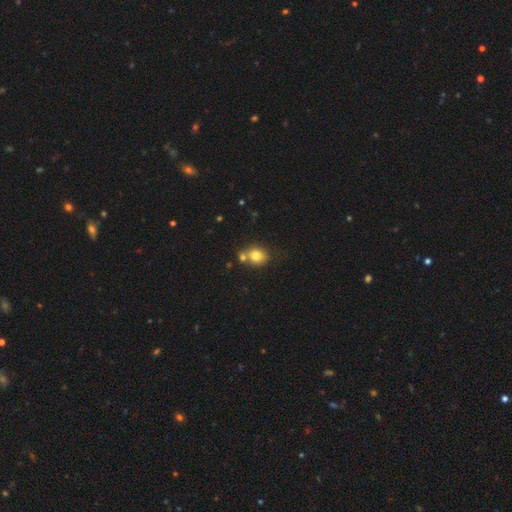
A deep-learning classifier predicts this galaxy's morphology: Smooth or featured: smooth — 78% (featured or disk — 11%)
How rounded: round — 64% (in between — 35%)
Merging: none — 52% (merger — 31%)